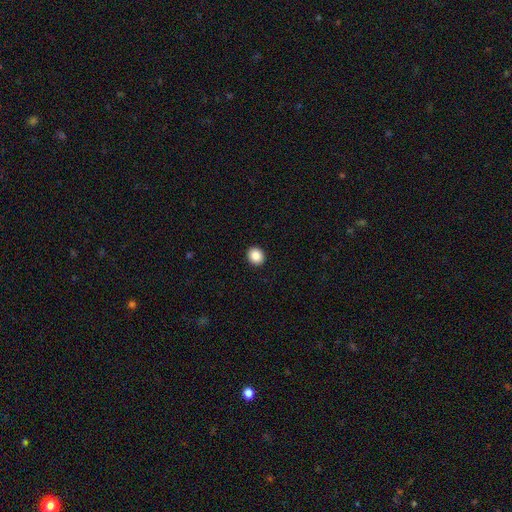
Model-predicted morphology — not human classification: This is clearly a smooth galaxy (88%). How rounded: likely round (78%). Merging: clearly none (93%).